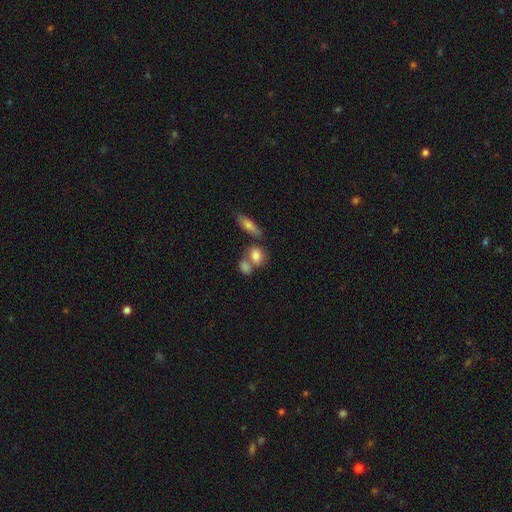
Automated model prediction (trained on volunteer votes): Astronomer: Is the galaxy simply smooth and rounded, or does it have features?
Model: smooth — 80%.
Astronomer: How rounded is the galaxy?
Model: in between — 53% (runner-up: round, 44%).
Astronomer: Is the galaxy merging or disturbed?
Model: none — 44% (runner-up: merger, 41%).